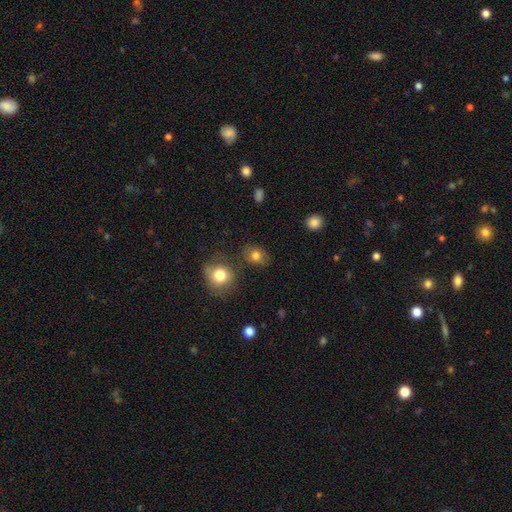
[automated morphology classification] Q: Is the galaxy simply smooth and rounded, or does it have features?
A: smooth — 79%.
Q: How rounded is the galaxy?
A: round — 53%.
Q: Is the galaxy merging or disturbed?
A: none — 74%.